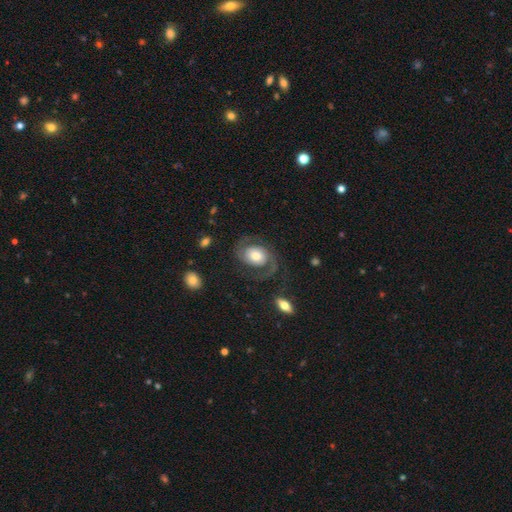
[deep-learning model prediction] Q: Smooth or featured?
A: featured or disk (79%); runner-up: smooth (14%)
Q: Edge-on disk?
A: no (98%); runner-up: yes (2%)
Q: Bar?
A: no (67%); runner-up: weak (26%)
Q: Spiral arms?
A: yes (95%); runner-up: no (5%)
Q: Spiral winding?
A: medium (49%); runner-up: loose (27%)
Q: Spiral arm count?
A: 2 (90%); runner-up: 1 (4%)
Q: Bulge size?
A: moderate (48%); runner-up: large (32%)
Q: Merging?
A: none (70%); runner-up: major disturbance (15%)